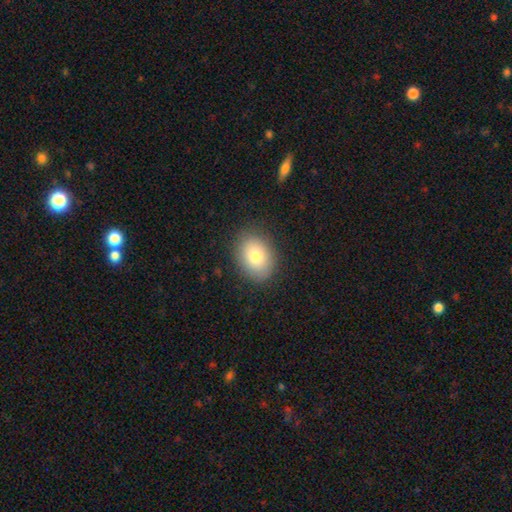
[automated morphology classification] type=smooth (79%); roundness=in between (59%); merging=none (87%).